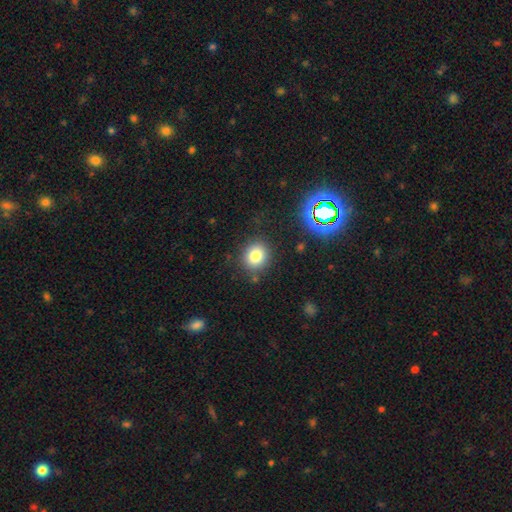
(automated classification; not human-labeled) Smooth or featured? smooth (79%)
How rounded? round (78%)
Merging? none (84%)